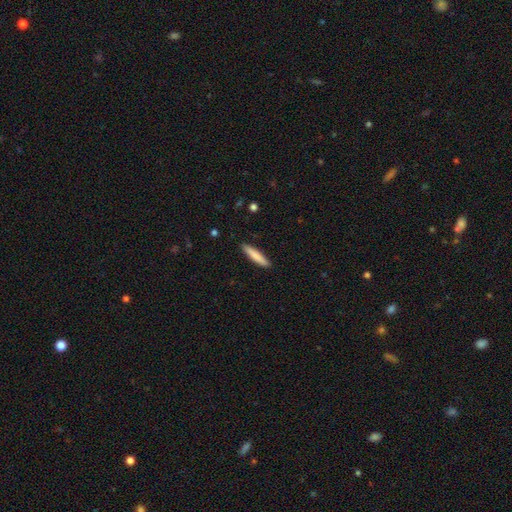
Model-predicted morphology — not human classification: This is clearly a smooth galaxy (81%). How rounded: clearly cigar-shaped (88%). Merging: clearly none (91%).